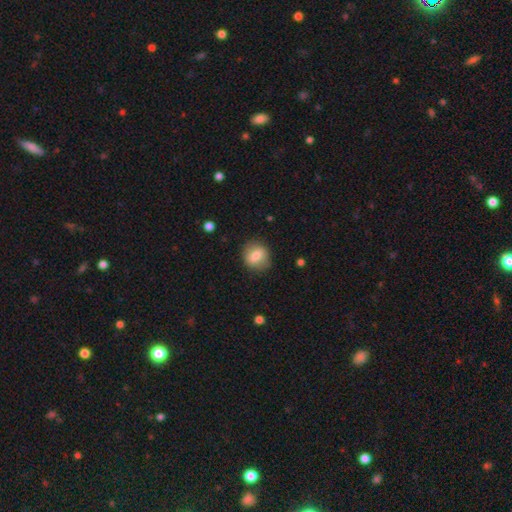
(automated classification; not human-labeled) Smooth or featured? Predicted: smooth (p=0.74). How rounded? Predicted: round (p=0.77). Merging? Predicted: none (p=0.84).